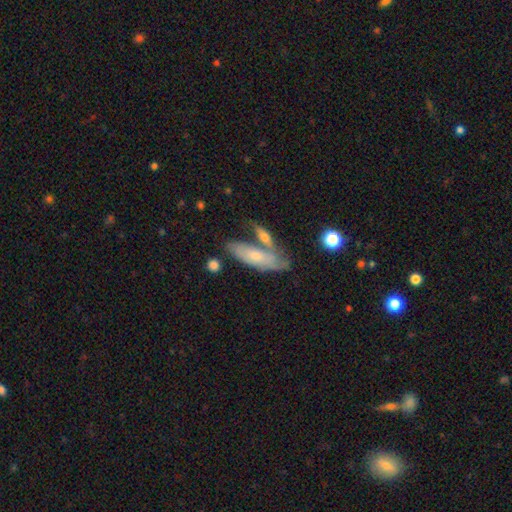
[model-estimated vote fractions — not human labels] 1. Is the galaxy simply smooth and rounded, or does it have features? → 54% smooth, 39% featured or disk, 7% star or artifact.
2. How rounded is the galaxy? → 59% in between, 38% cigar-shaped, 3% round.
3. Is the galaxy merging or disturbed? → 43% none, 31% merger, 18% minor disturbance, 8% major disturbance.